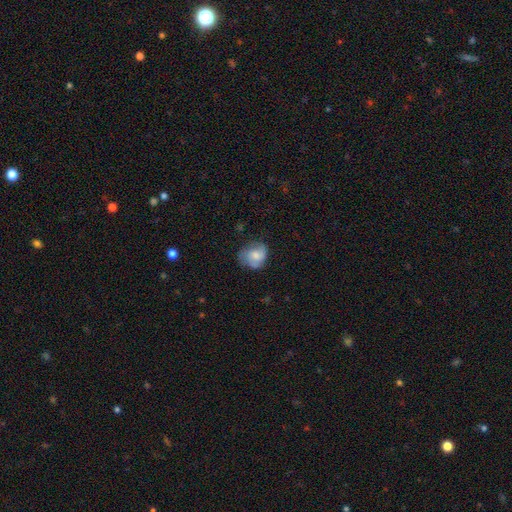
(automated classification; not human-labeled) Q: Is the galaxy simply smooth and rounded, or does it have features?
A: smooth — 54%.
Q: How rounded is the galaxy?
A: round — 64%.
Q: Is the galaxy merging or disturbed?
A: none — 58%.